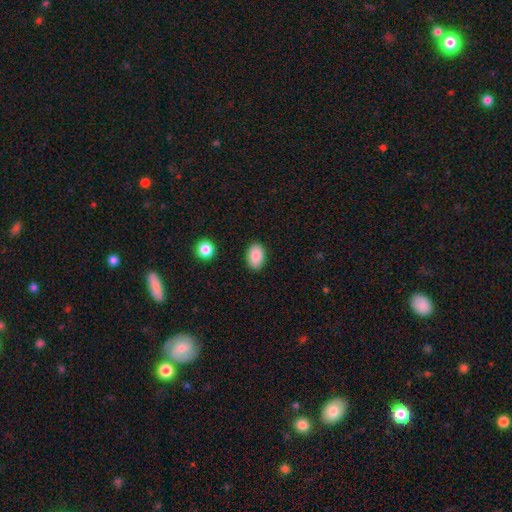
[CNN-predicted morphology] Smooth or featured? smooth (88%)
How rounded? in between (87%)
Merging? none (88%)